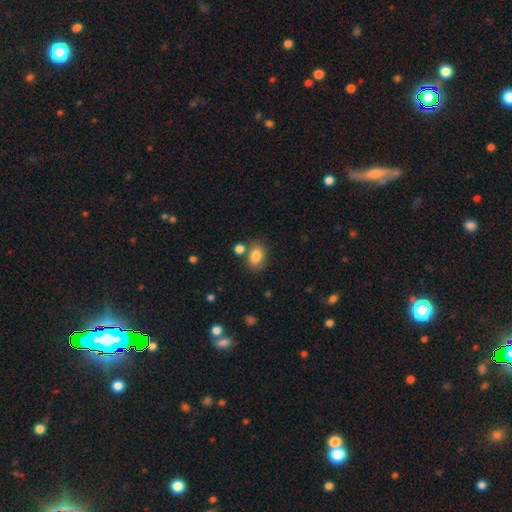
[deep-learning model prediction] smooth 84%, star or artifact 9%, featured or disk 7%. Down the decision tree: how rounded — in between (78%); merging — none (69%).